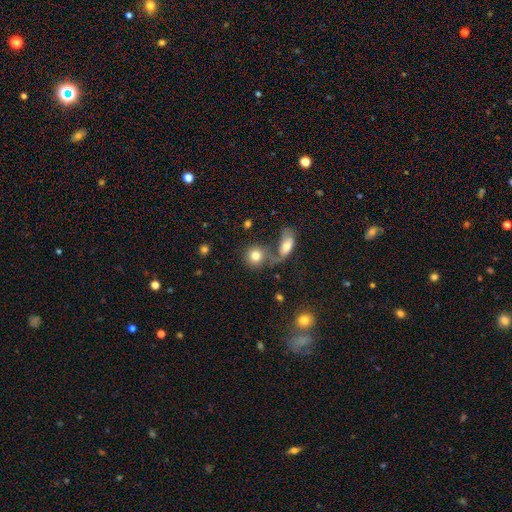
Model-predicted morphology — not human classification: Smooth or featured? Predicted: smooth (p=0.79). How rounded? Predicted: round (p=0.80). Merging? Predicted: merger (p=0.42).